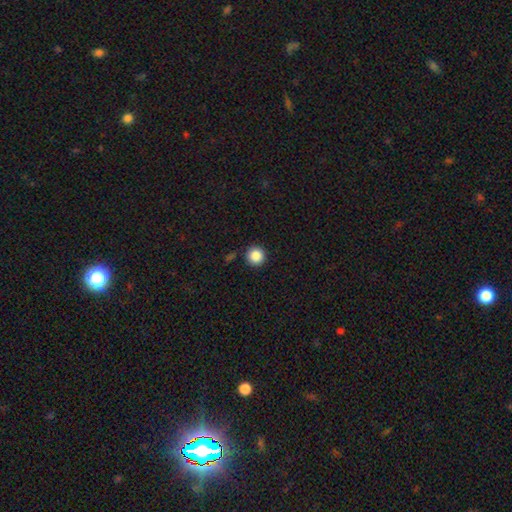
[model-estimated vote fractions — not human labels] smooth_or_featured: smooth (p=0.87) [alt: star or artifact p=0.10]
how_rounded: round (p=0.96) [alt: in between p=0.03]
merging: none (p=0.90) [alt: minor disturbance p=0.06]